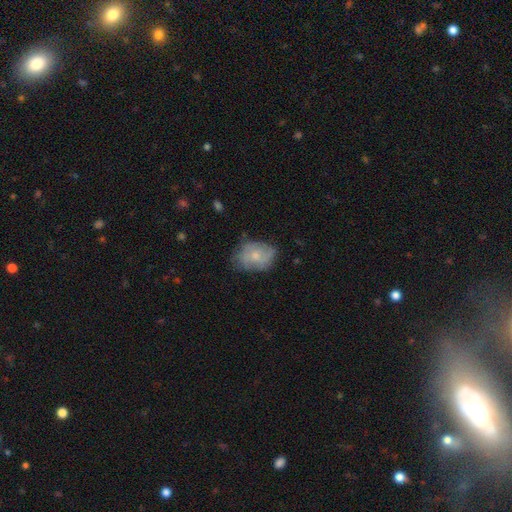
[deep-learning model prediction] Smooth or featured? smooth (53%)
How rounded? in between (72%)
Merging? none (61%)